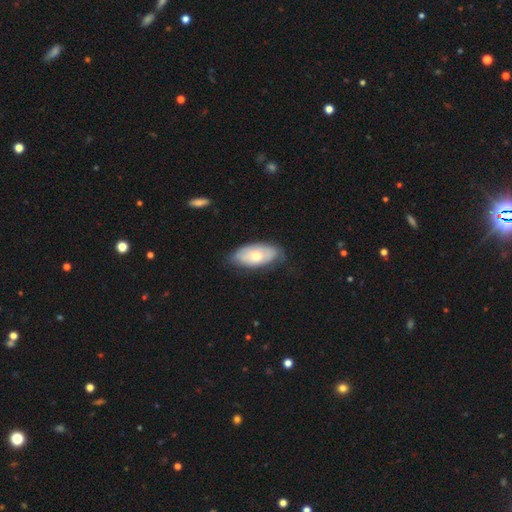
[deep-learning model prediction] Smooth or featured: smooth — 60% (featured or disk — 34%)
How rounded: in between — 93% (cigar-shaped — 4%)
Merging: none — 69% (minor disturbance — 25%)